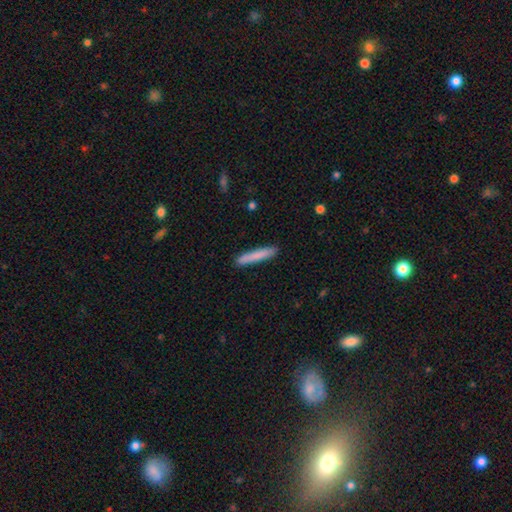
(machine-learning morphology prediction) Smooth or featured? smooth (80%)
How rounded? cigar-shaped (95%)
Merging? none (89%)